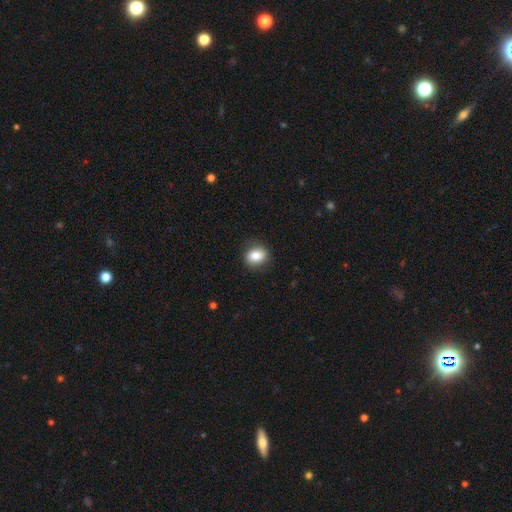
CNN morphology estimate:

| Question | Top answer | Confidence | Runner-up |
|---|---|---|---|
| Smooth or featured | smooth | 82% | featured or disk (10%) |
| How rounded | round | 51% | in between (48%) |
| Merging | none | 84% | minor disturbance (12%) |